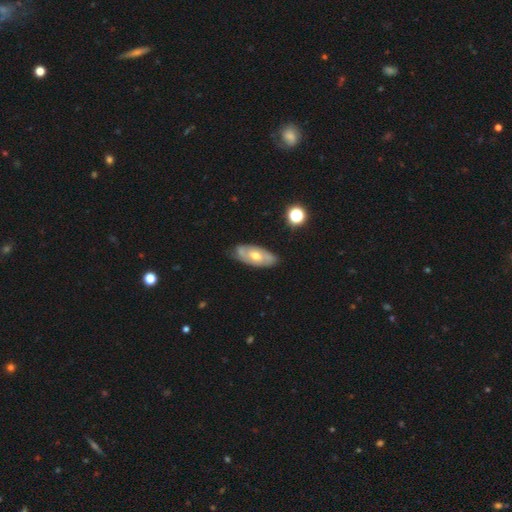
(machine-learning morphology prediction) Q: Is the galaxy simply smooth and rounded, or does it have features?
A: featured or disk — 61%.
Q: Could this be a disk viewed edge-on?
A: no — 87%.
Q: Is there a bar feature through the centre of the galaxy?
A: no — 71%.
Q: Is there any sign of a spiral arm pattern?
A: yes — 65%.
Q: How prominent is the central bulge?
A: moderate — 72%.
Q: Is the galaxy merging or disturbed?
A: none — 74%.